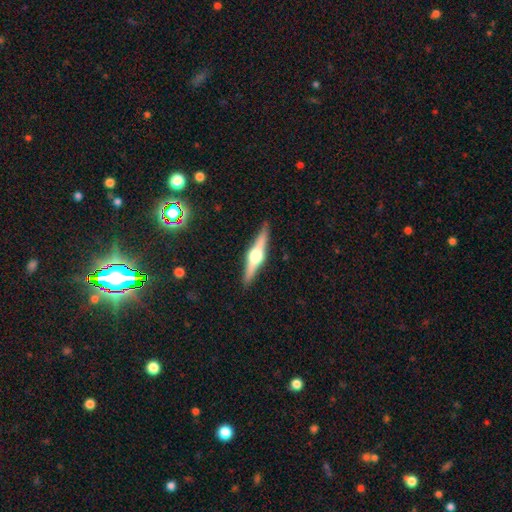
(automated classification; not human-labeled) smooth-or-featured: featured or disk: 77% | smooth: 18% | star or artifact: 5%
  disk-edge-on: yes: 98% | no: 2%
    edge-on-bulge: rounded: 96% | boxy: 3% | none: 1%
  merging: none: 91% | minor disturbance: 7% | major disturbance: 1% | merger: 1%